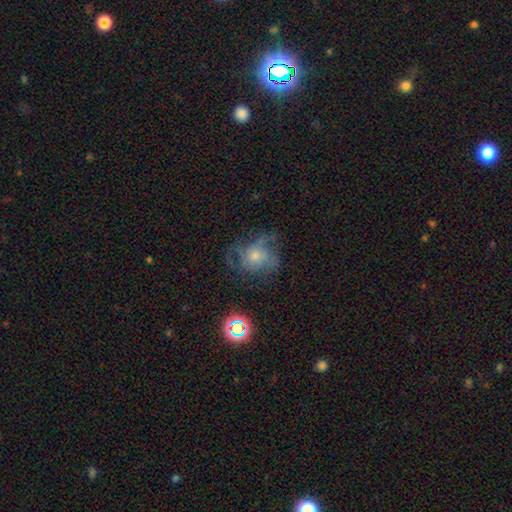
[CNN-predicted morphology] This is possibly a featured or disk galaxy (57%). It is clearly not viewed edge-on (97%). Bar: clearly no (82%). Spiral arm pattern: likely yes (76%). Central bulge: possibly small (47%). Merging: possibly none (56%).